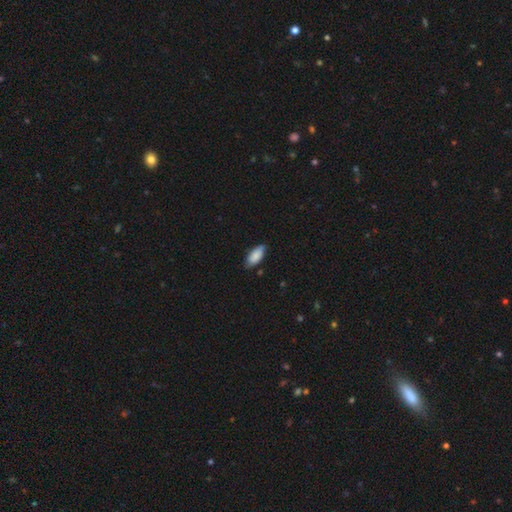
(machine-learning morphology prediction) Smooth or featured: smooth — 83% (featured or disk — 11%)
How rounded: in between — 89% (cigar-shaped — 10%)
Merging: none — 74% (minor disturbance — 22%)